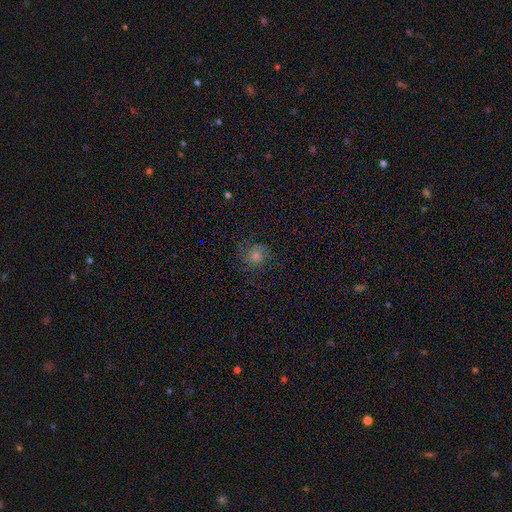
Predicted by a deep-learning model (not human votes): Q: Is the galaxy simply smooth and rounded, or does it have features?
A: featured or disk — 50%.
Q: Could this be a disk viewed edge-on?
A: no — 97%.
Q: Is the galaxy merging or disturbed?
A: none — 71%.